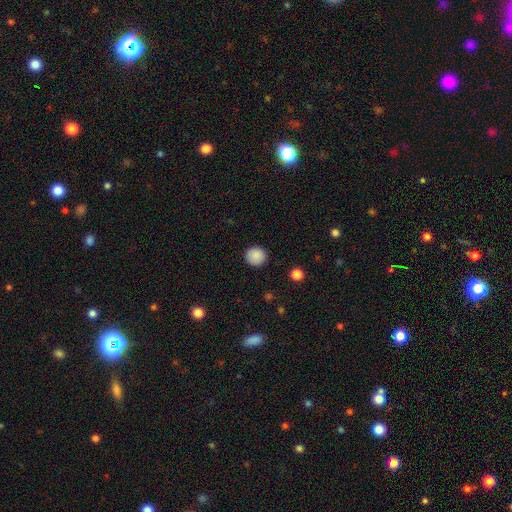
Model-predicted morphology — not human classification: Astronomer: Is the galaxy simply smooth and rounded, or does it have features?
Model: smooth — 88%.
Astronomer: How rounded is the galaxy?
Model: round — 91%.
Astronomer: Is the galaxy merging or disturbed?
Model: none — 90%.